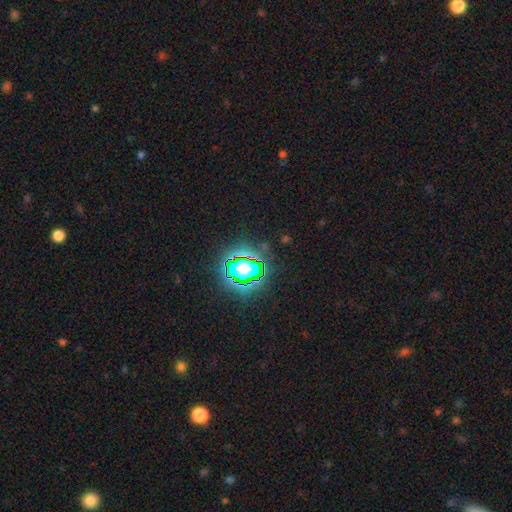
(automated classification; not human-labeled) This appears to be a star or artifact, not a galaxy (81%).